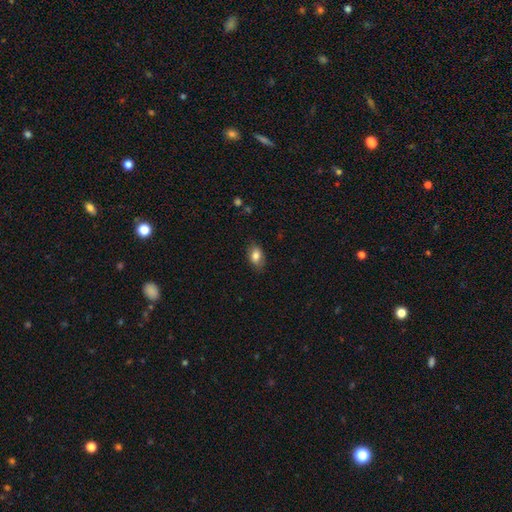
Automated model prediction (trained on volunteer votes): Morphology: type=smooth (82%); roundness=in between (88%); merging=none (81%).